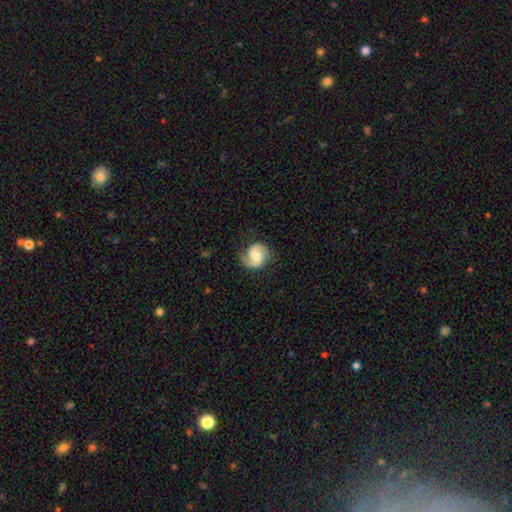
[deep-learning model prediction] This is likely a featured or disk galaxy (78%). It is clearly not viewed edge-on (98%). Bar: possibly weak (46%). Spiral arm pattern: clearly yes (96%). Spiral arm count: clearly 2 (89%). Spiral winding: possibly medium (51%). Central bulge: possibly moderate (56%). Merging: likely none (79%).